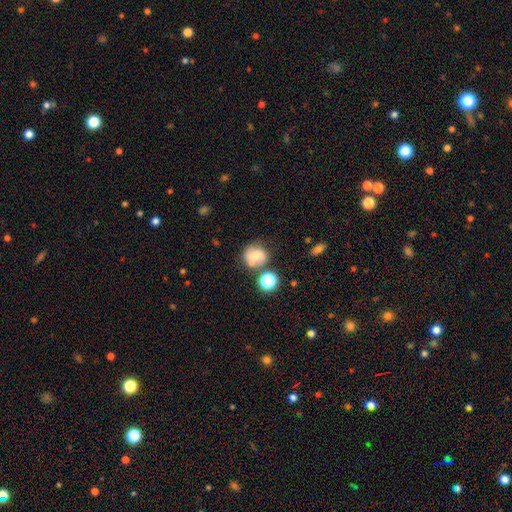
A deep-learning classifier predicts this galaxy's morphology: A smooth galaxy with no disk features (58%) that is round (75%). Merging: none (49%).